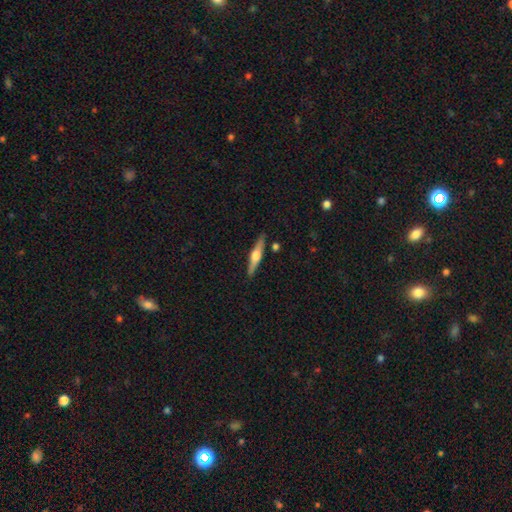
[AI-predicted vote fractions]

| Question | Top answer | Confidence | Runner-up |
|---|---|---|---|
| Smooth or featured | featured or disk | 67% | smooth (28%) |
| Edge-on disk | yes | 97% | no (3%) |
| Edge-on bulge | rounded | 93% | boxy (5%) |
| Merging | none | 88% | minor disturbance (8%) |